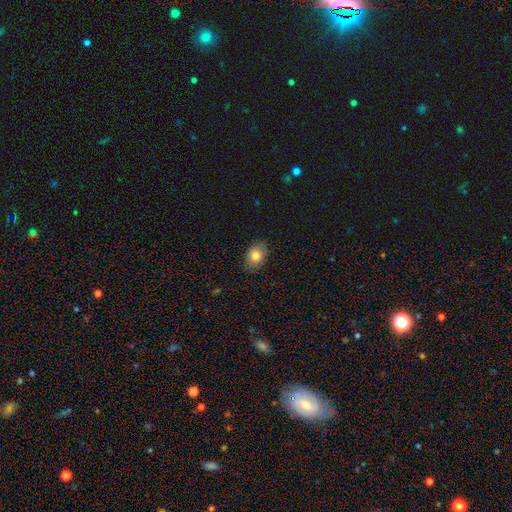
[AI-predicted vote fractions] Morphology: type=smooth (81%); roundness=in between (68%); merging=none (85%).